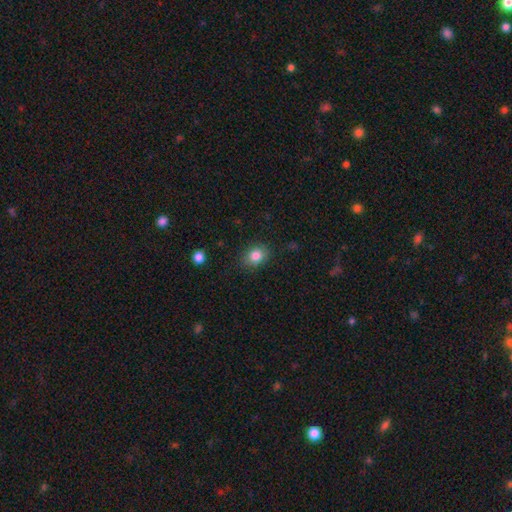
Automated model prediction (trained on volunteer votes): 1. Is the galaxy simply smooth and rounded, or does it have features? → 83% smooth, 10% star or artifact, 7% featured or disk.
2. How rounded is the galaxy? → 53% in between, 46% round, 1% cigar-shaped.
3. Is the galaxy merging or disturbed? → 84% none, 12% minor disturbance, 3% major disturbance, 1% merger.